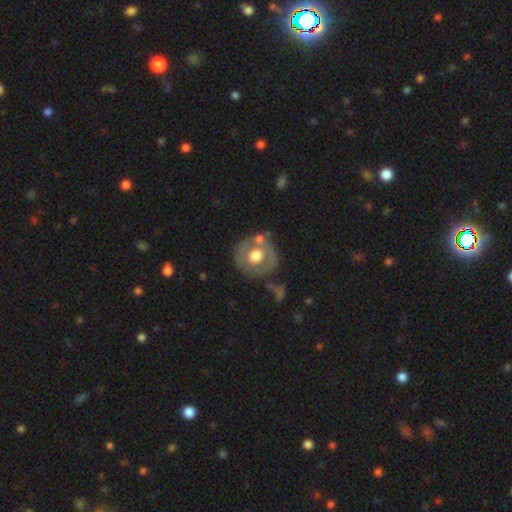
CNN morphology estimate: This is possibly a featured or disk galaxy (47%). Merging: likely none (68%).